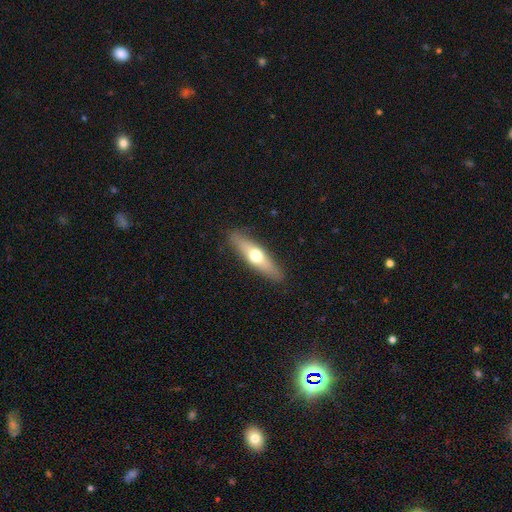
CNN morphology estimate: Smooth or featured? smooth (49%)
Merging? none (89%)